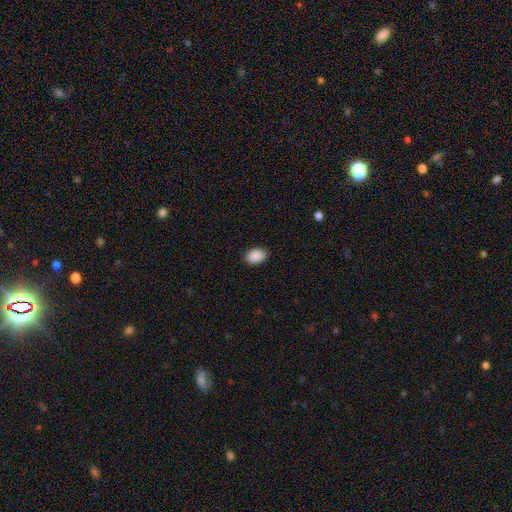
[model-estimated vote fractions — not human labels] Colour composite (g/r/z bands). It shows a smooth galaxy with no disk features (90%) that is in between round and cigar-shaped (82%). Merging: none (87%).